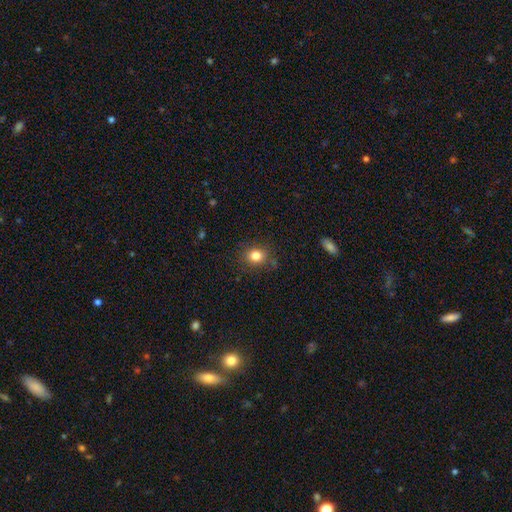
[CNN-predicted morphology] Q: Smooth or featured?
A: smooth (82%); runner-up: star or artifact (12%)
Q: How rounded?
A: round (69%); runner-up: in between (30%)
Q: Merging?
A: none (83%); runner-up: minor disturbance (12%)